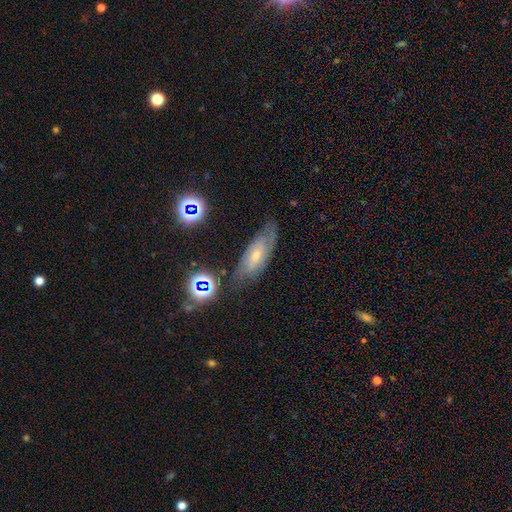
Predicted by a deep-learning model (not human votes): This is possibly a featured or disk galaxy (55%). It is likely not viewed edge-on (78%). Merging: likely none (66%).